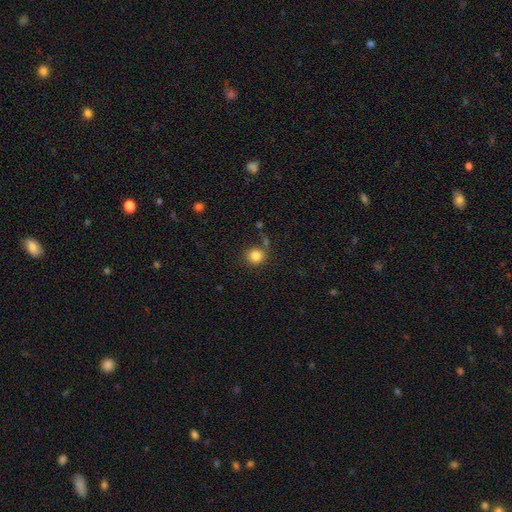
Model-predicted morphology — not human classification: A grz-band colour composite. It shows a smooth galaxy with no disk features (85%) that is round (89%). Merging: none (76%).